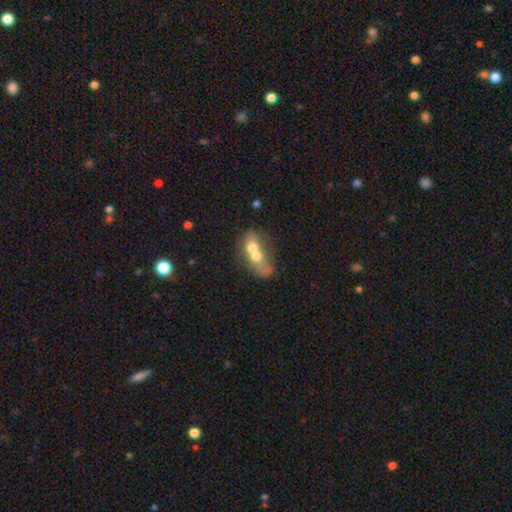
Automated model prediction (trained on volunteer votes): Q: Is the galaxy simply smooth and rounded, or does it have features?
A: smooth — 54%.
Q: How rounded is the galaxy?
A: in between — 64%.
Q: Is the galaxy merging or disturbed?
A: merger — 78%.